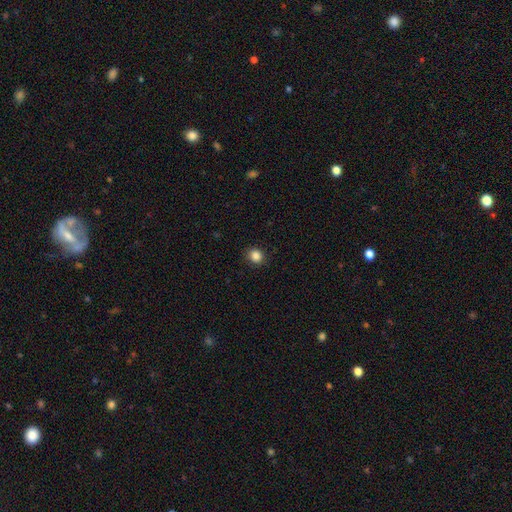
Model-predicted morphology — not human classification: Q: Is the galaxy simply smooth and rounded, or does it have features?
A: smooth — 86%.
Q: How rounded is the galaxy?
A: round — 80%.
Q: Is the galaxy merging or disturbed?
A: none — 90%.